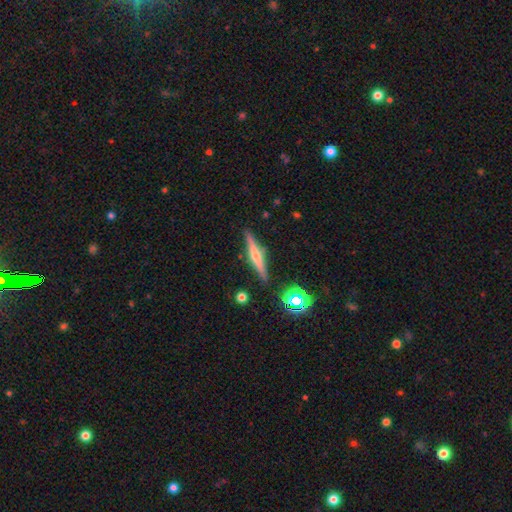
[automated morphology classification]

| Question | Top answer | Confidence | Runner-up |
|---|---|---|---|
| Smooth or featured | featured or disk | 60% | smooth (30%) |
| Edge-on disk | yes | 97% | no (3%) |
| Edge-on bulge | rounded | 80% | none (13%) |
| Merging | none | 88% | minor disturbance (8%) |